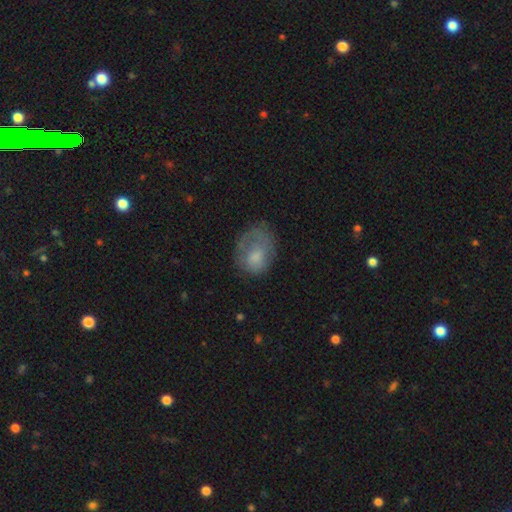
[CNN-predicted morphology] Smooth or featured? Predicted: smooth (p=0.61). How rounded? Predicted: in between (p=0.60). Merging? Predicted: none (p=0.43).